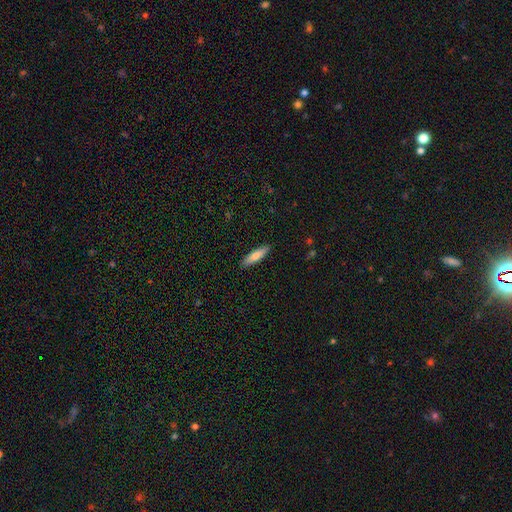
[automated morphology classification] Smooth or featured? Predicted: smooth (p=0.76). How rounded? Predicted: cigar-shaped (p=0.72). Merging? Predicted: none (p=0.90).